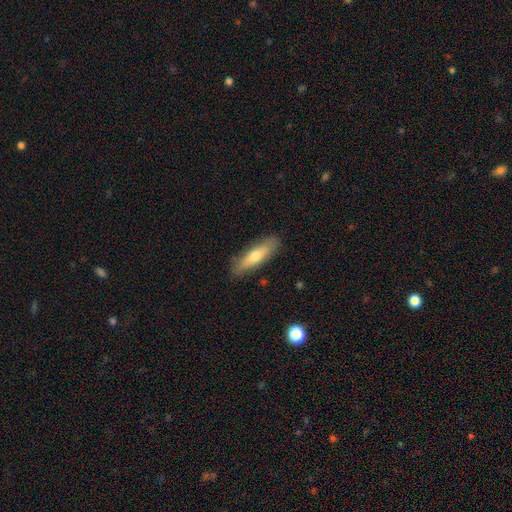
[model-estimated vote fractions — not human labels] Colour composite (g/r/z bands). It shows a smooth galaxy with no disk features (66%) that is cigar-shaped (63%). Merging: none (85%).